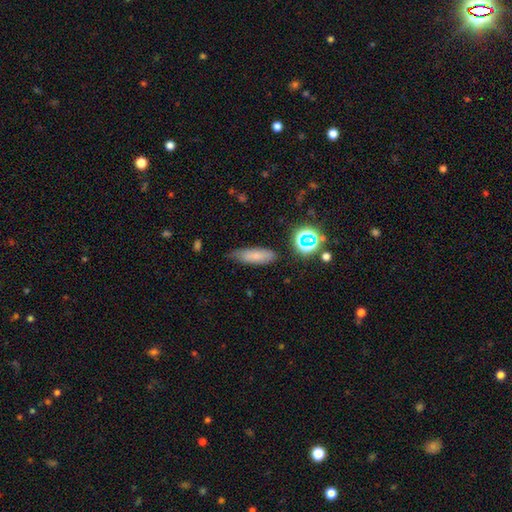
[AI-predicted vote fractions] A smooth galaxy with no disk features (73%) that is in between round and cigar-shaped (51%).

Vote fractions:
- Smooth or featured? smooth: 73% / featured or disk: 14% / star or artifact: 13%
- How rounded? in between: 51% / cigar-shaped: 45% / round: 4%
- Merging? none: 65% / minor disturbance: 26% / major disturbance: 6% / merger: 3%